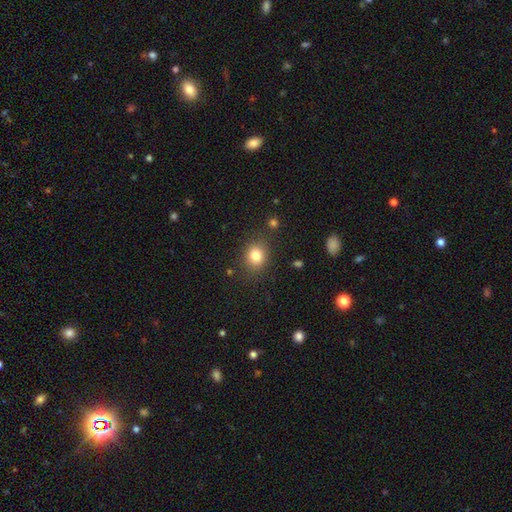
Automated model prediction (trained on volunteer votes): Smooth or featured: smooth — 81% (star or artifact — 12%)
How rounded: round — 65% (in between — 35%)
Merging: none — 84% (minor disturbance — 10%)